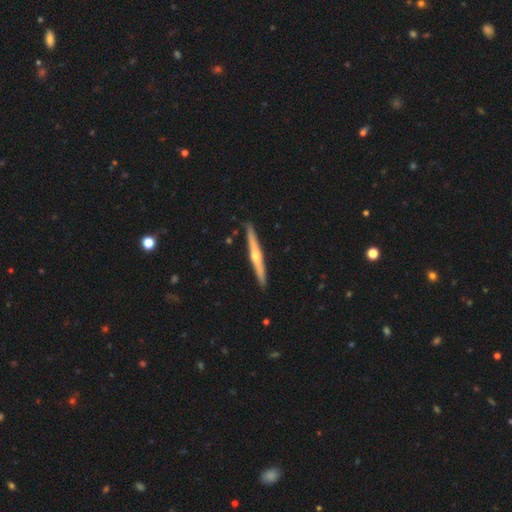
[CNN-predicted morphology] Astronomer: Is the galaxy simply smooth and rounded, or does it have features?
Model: featured or disk — 73%.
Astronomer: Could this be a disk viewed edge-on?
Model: yes — 98%.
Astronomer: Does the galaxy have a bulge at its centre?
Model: rounded — 84%.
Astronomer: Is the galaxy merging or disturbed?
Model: none — 91%.